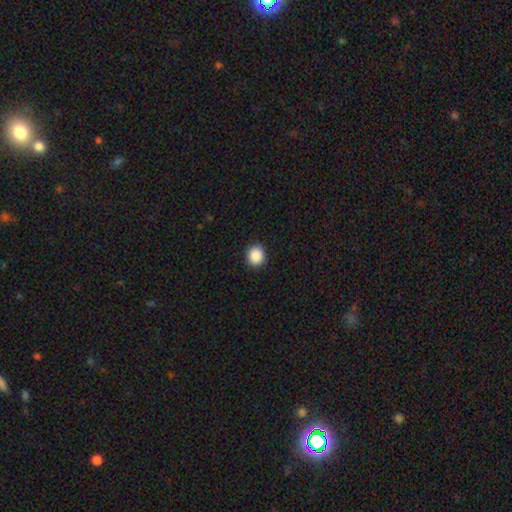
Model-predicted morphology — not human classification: A smooth galaxy with no disk features (89%) that is round (82%). Merging: none (92%).